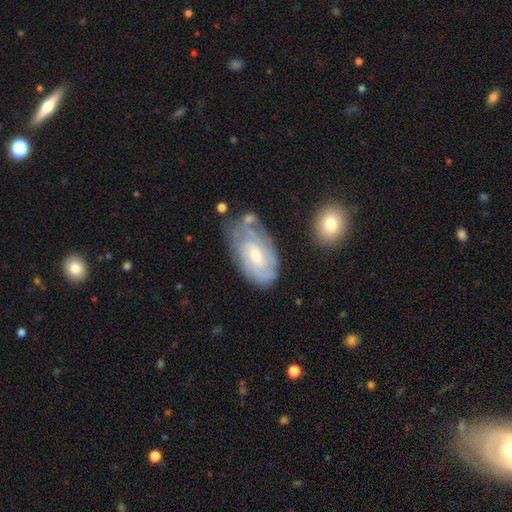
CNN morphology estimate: Q: Smooth or featured?
A: featured or disk (68%); runner-up: smooth (26%)
Q: Edge-on disk?
A: no (95%); runner-up: yes (5%)
Q: Bar?
A: no (56%); runner-up: weak (39%)
Q: Spiral arms?
A: yes (85%); runner-up: no (15%)
Q: Spiral winding?
A: tight (61%); runner-up: medium (30%)
Q: Spiral arm count?
A: can't tell (52%); runner-up: 2 (22%)
Q: Bulge size?
A: moderate (51%); runner-up: small (39%)
Q: Merging?
A: none (58%); runner-up: minor disturbance (26%)